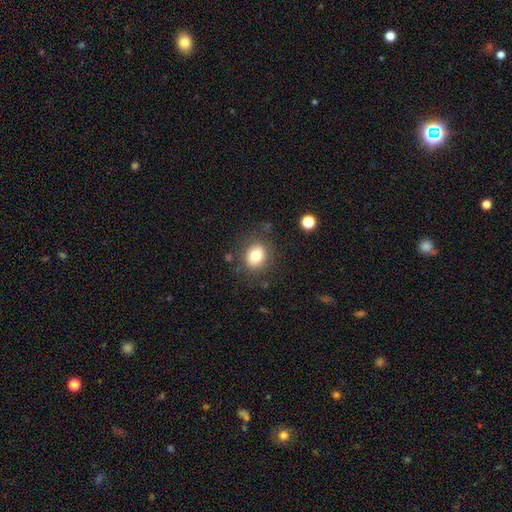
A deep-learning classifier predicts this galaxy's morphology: A smooth galaxy with no disk features (78%) that is round (70%). Merging: none (81%).